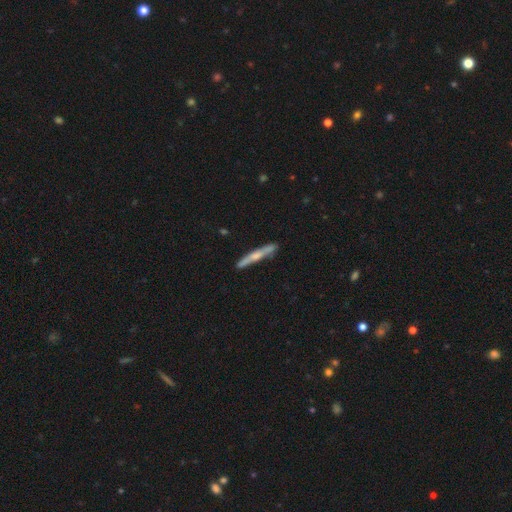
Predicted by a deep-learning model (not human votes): This is possibly a featured or disk galaxy (53%). It is clearly viewed edge-on (94%). Merging: clearly none (84%).